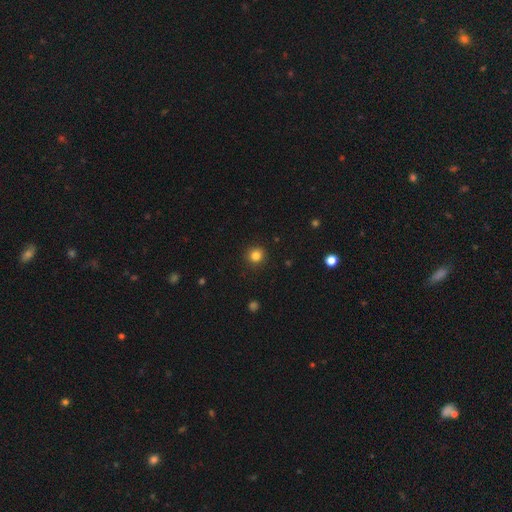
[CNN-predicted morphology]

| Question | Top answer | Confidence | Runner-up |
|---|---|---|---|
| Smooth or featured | smooth | 83% | star or artifact (12%) |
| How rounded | round | 94% | in between (6%) |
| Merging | none | 92% | minor disturbance (5%) |